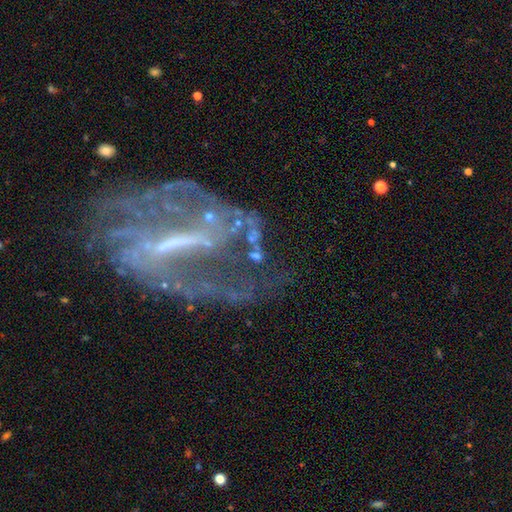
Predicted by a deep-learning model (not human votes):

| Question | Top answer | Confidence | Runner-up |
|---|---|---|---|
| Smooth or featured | featured or disk | 48% | star or artifact (29%) |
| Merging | none | 39% | major disturbance (28%) |